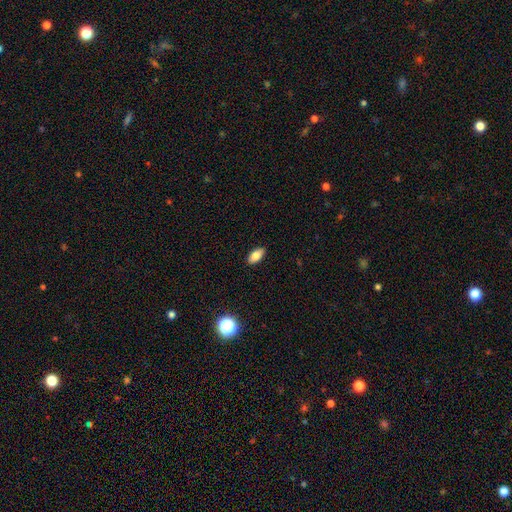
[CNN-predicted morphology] This is clearly a smooth galaxy (82%). How rounded: clearly in between (89%). Merging: clearly none (89%).